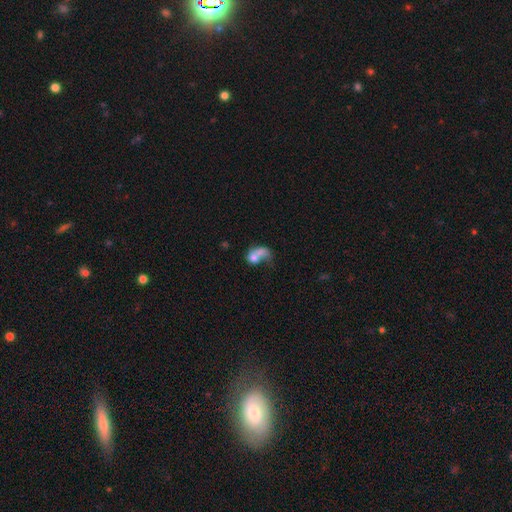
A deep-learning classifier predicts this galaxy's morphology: Overall: smooth (61%; featured or disk 29%). How rounded: in between (59%; round 39%). Merging: merger (62%).